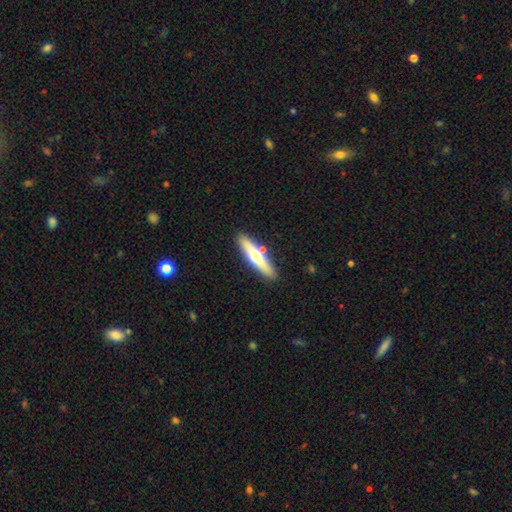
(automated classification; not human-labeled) Morphology: type=featured or disk (51%); edge-on=yes (90%); merging=none (82%).